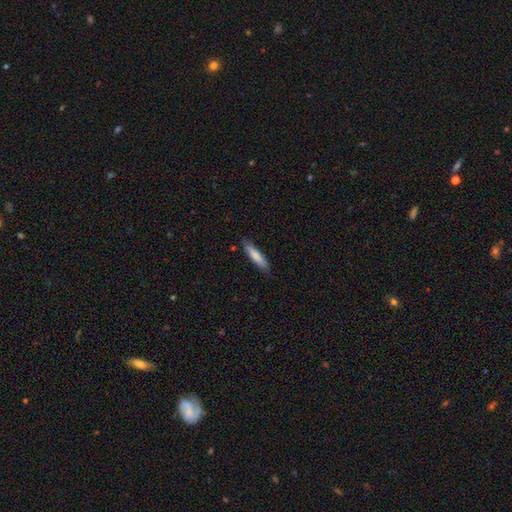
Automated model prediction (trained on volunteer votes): Overall: smooth (80%). How rounded: cigar-shaped (83%). Merging: none (84%).